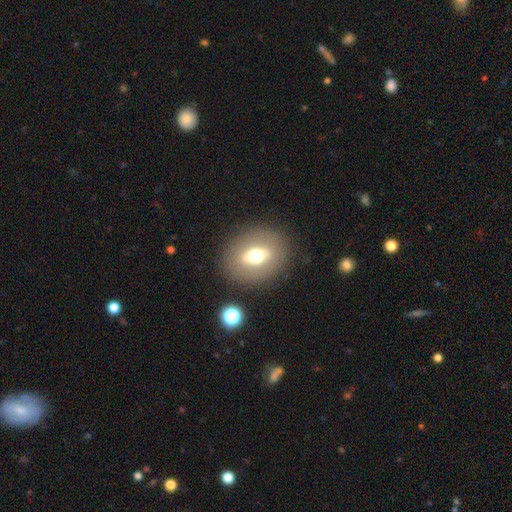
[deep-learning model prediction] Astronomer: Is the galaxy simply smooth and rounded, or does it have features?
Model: smooth — 53% (runner-up: featured or disk, 37%).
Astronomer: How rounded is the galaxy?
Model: in between — 53% (runner-up: round, 46%).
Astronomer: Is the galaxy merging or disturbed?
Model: none — 85%.